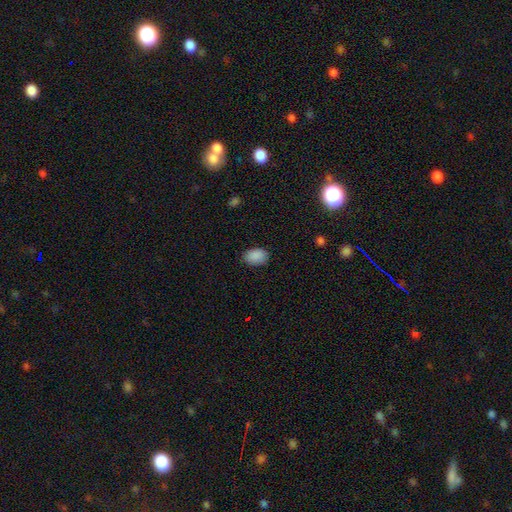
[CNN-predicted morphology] smooth 89%, star or artifact 8%, featured or disk 3%. Down the decision tree: how rounded — in between (83%); merging — none (85%).